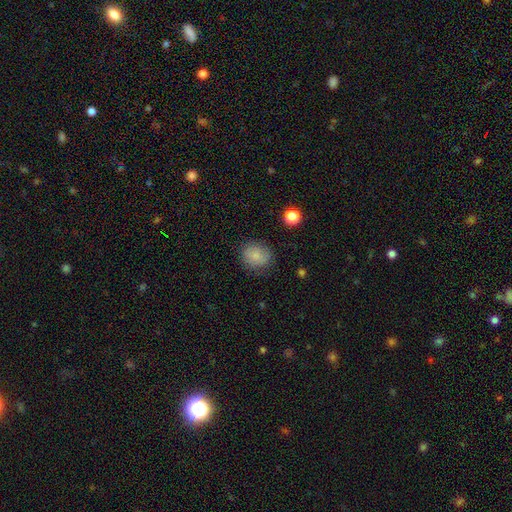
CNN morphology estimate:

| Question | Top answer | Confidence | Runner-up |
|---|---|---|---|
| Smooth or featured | smooth | 78% | featured or disk (13%) |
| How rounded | round | 73% | in between (26%) |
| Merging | none | 78% | minor disturbance (16%) |